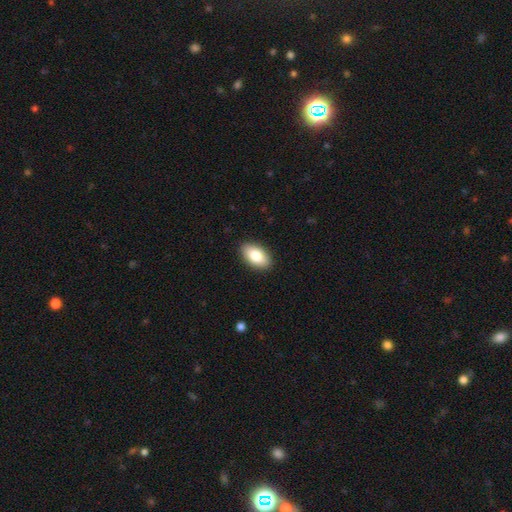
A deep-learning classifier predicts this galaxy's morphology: smooth_or_featured: smooth (p=0.84) [alt: featured or disk p=0.10]
how_rounded: in between (p=0.94) [alt: round p=0.04]
merging: none (p=0.90) [alt: minor disturbance p=0.08]